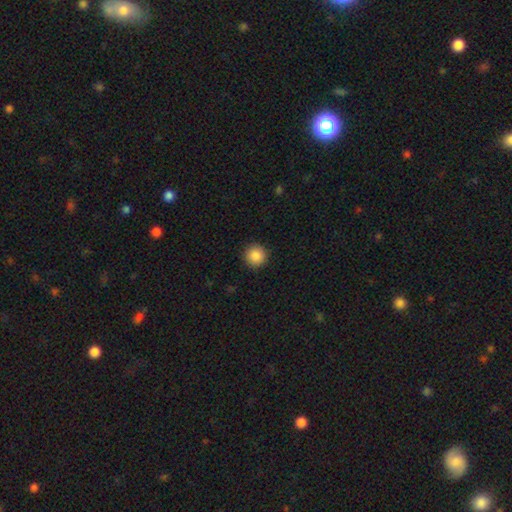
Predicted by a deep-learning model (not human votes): This is clearly a smooth galaxy (87%). How rounded: clearly round (96%). Merging: clearly none (92%).